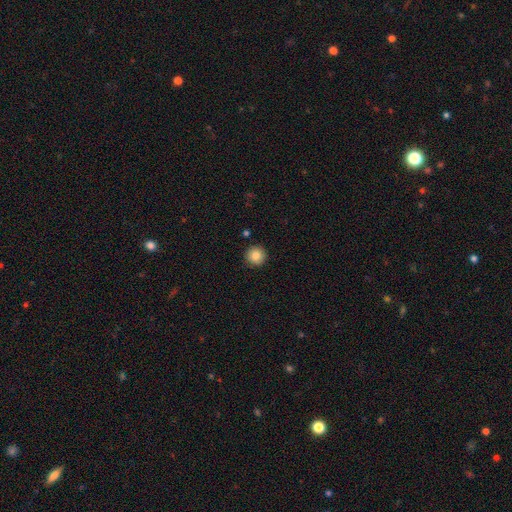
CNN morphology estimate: Overall: smooth (86%). How rounded: round (95%). Merging: none (90%).